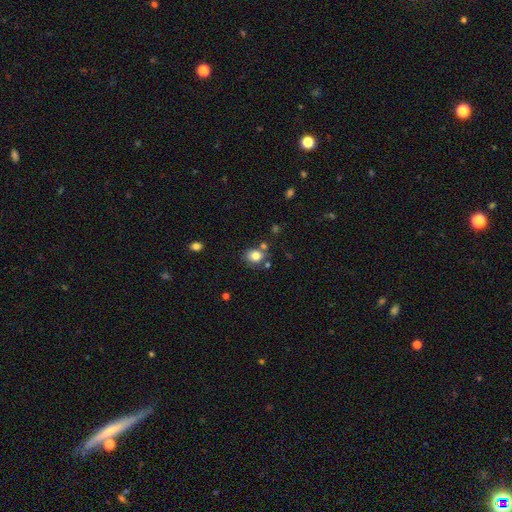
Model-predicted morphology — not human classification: Overall: smooth (81%). How rounded: round (62%; in between 37%). Merging: none (67%).